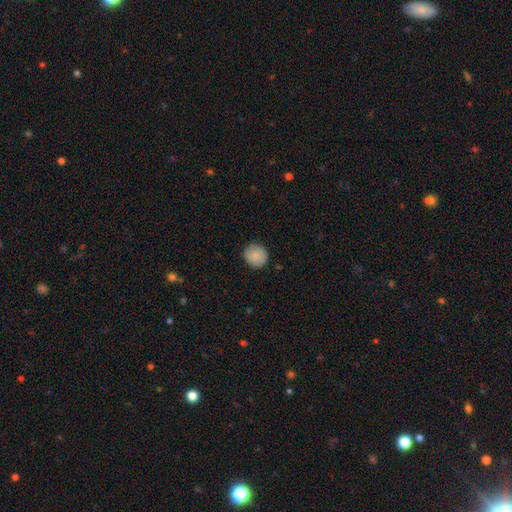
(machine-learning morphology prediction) Smooth or featured: smooth — 86% (featured or disk — 7%)
How rounded: round — 87% (in between — 12%)
Merging: none — 87% (minor disturbance — 10%)